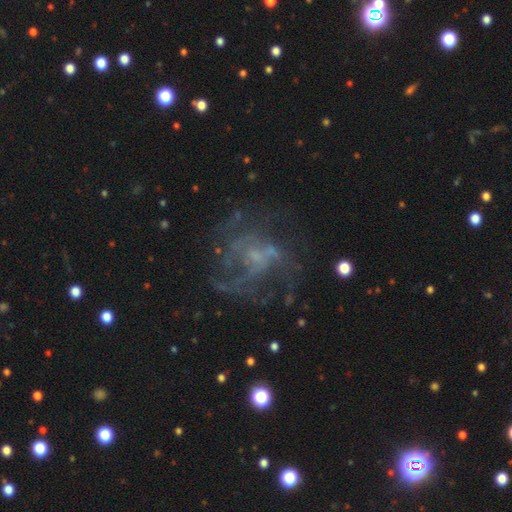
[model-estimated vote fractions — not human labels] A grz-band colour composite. It shows a featured or disk galaxy (73%) with no bar (66%), medium (43%) spiral arms (70%) and a small central bulge (45%). Merging: none (56%).